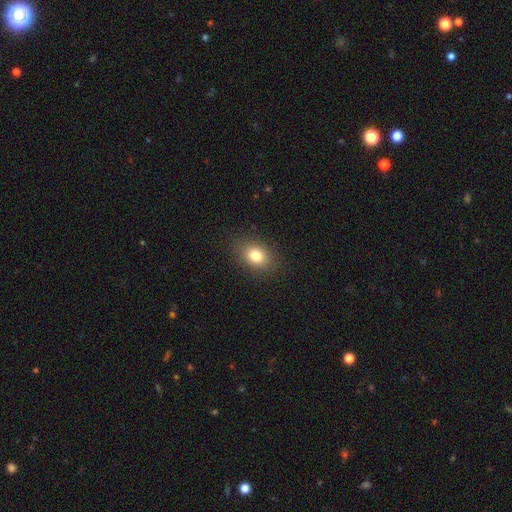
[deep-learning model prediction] A smooth galaxy with no disk features (81%) that is in between round and cigar-shaped (66%). Merging: none (87%).